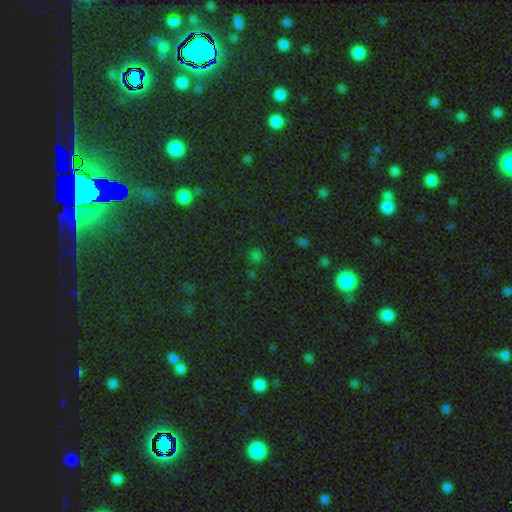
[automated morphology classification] smooth_or_featured: smooth (p=0.52) [alt: star or artifact p=0.42]
how_rounded: round (p=0.77) [alt: in between p=0.21]
merging: none (p=0.74) [alt: minor disturbance p=0.14]